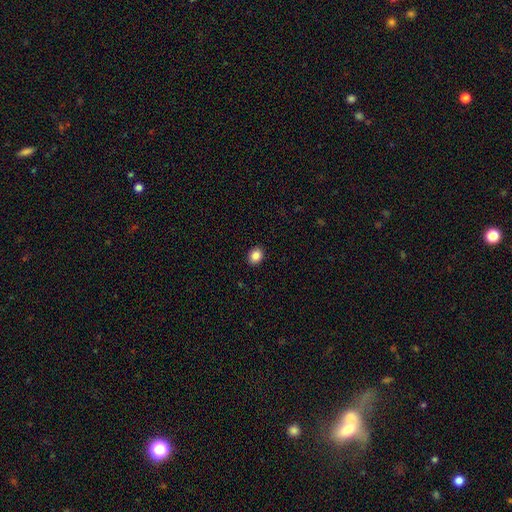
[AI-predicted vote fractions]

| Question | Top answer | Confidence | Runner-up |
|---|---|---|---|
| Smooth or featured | smooth | 86% | star or artifact (9%) |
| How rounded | round | 50% | in between (49%) |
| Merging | none | 91% | minor disturbance (6%) |